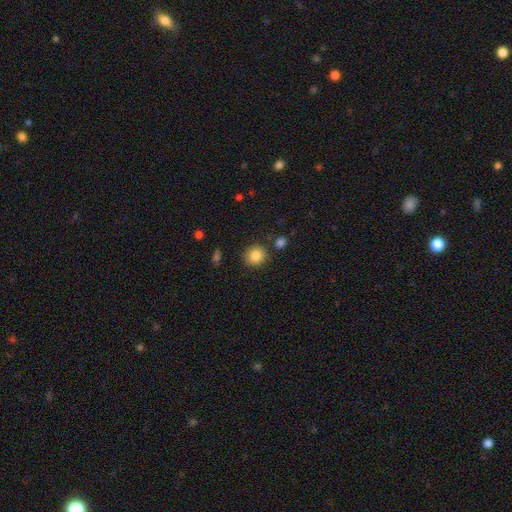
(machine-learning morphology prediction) This is clearly a smooth galaxy (85%). How rounded: clearly round (88%). Merging: clearly none (85%).